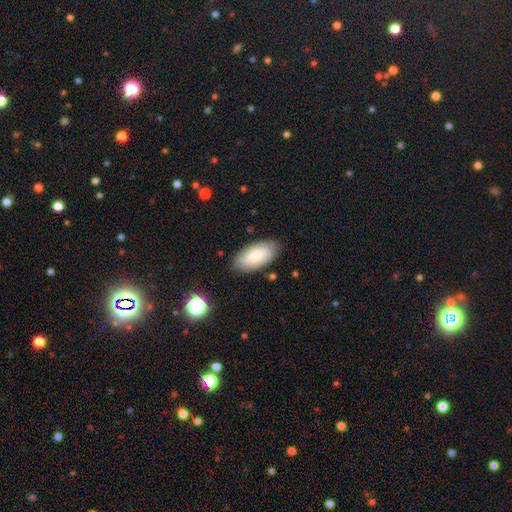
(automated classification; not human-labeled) A smooth galaxy with no disk features (75%) that is in between round and cigar-shaped (93%).

Vote fractions:
- Smooth or featured? smooth: 75% / featured or disk: 19% / star or artifact: 6%
- How rounded? in between: 93% / cigar-shaped: 5% / round: 2%
- Merging? none: 82% / minor disturbance: 13% / major disturbance: 3% / merger: 2%